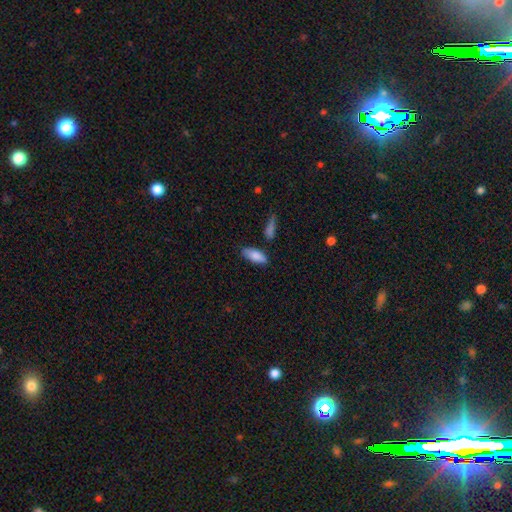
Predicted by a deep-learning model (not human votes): The model was most divided on "merging": none: 71%, minor disturbance: 19%, merger: 6%, major disturbance: 4%. More confident: smooth or featured — smooth (82%); how rounded — in between (81%).